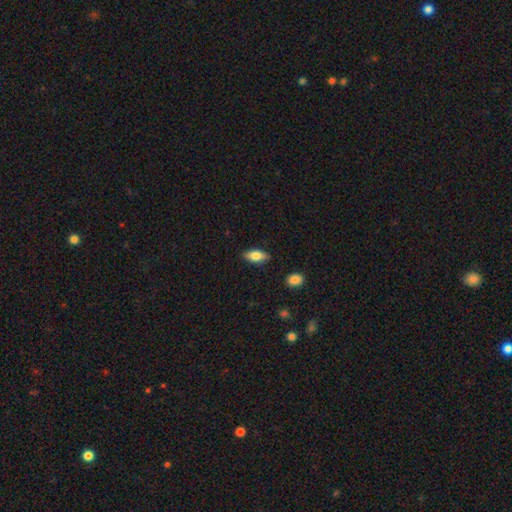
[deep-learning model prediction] Smooth or featured? Predicted: smooth (p=0.79). How rounded? Predicted: in between (p=0.87). Merging? Predicted: none (p=0.84).